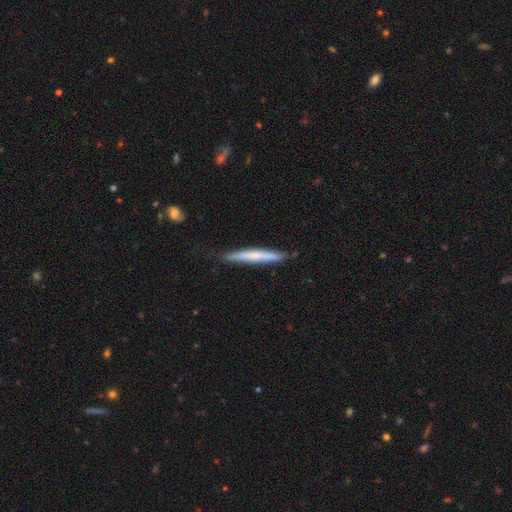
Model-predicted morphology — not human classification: Smooth or featured?
  - smooth: 56% *
  - featured or disk: 39%
  - star or artifact: 5%
How rounded?
  - cigar-shaped: 96% *
  - in between: 2%
  - round: 1%
Merging?
  - none: 82% *
  - minor disturbance: 15%
  - major disturbance: 2%
  - merger: 1%